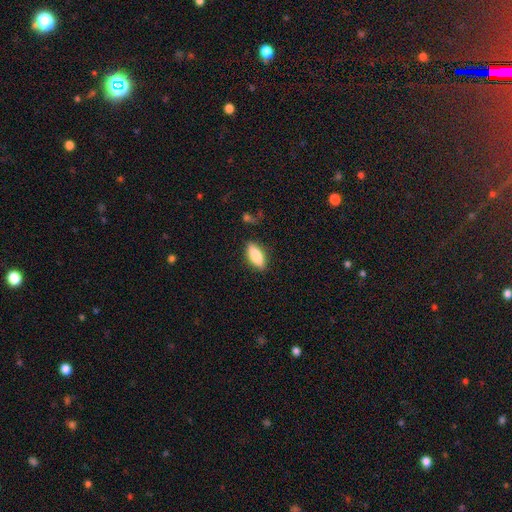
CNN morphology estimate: type=smooth (81%); roundness=in between (76%); merging=none (85%).